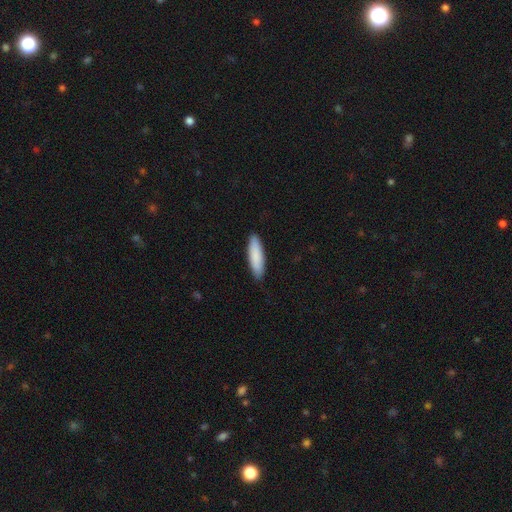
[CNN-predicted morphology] Smooth or featured: smooth — 87% (featured or disk — 7%)
How rounded: cigar-shaped — 64% (in between — 34%)
Merging: none — 89% (minor disturbance — 9%)